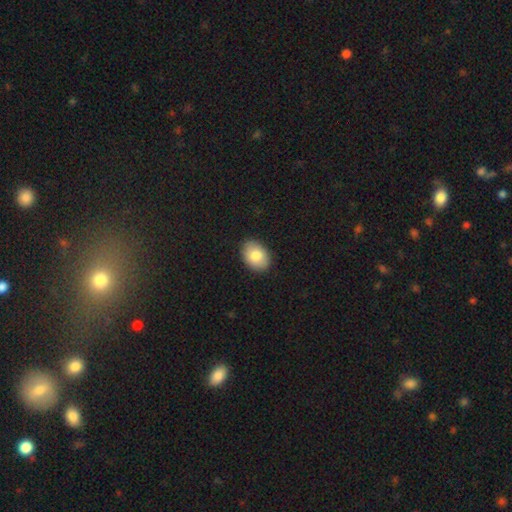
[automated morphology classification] A smooth galaxy with no disk features (83%) that is in between round and cigar-shaped (77%).

Vote fractions:
- Smooth or featured? smooth: 83% / featured or disk: 10% / star or artifact: 7%
- How rounded? in between: 77% / round: 22% / cigar-shaped: 1%
- Merging? none: 88% / minor disturbance: 9% / major disturbance: 2% / merger: 1%